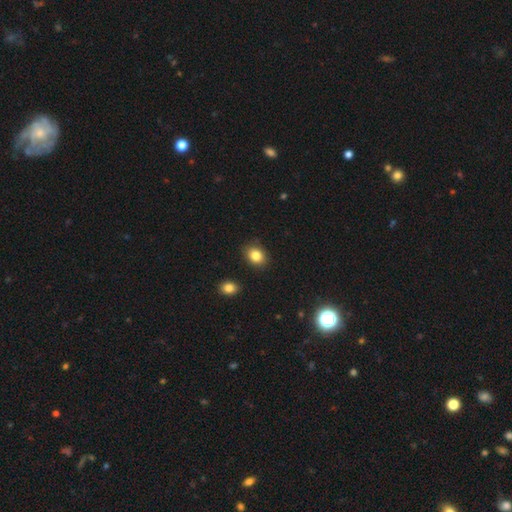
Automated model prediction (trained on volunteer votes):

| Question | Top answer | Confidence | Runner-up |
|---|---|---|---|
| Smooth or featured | smooth | 84% | star or artifact (10%) |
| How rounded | in between | 56% | round (43%) |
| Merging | none | 86% | minor disturbance (10%) |